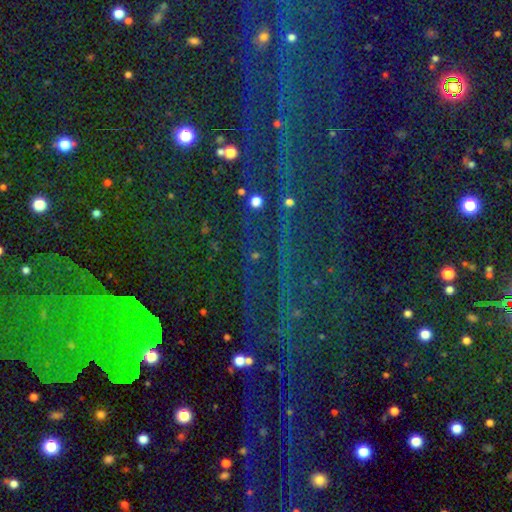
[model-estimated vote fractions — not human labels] Q: Smooth or featured?
A: star or artifact (83%); runner-up: smooth (9%)